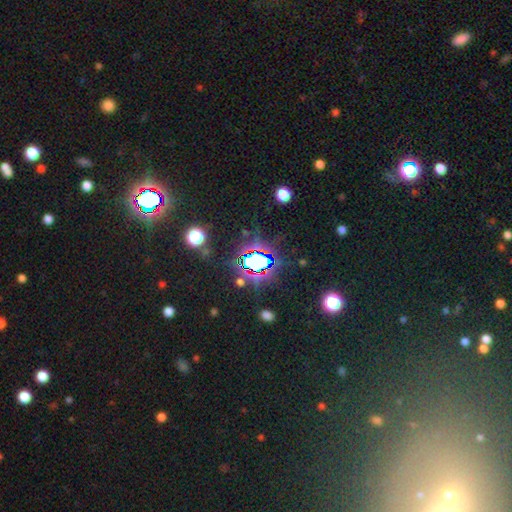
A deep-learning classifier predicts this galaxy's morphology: star or artifact 75%, smooth 16%, featured or disk 10%.